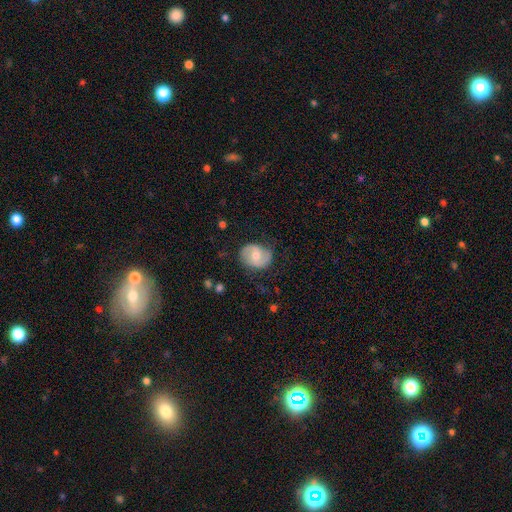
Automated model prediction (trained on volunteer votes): Overall: featured or disk (55%; smooth 39%). Edge-on disk: no (97%). Bar: weak (46%; no 41%). Spiral arms: yes (82%). Bulge size: moderate (67%). Merging: none (75%).